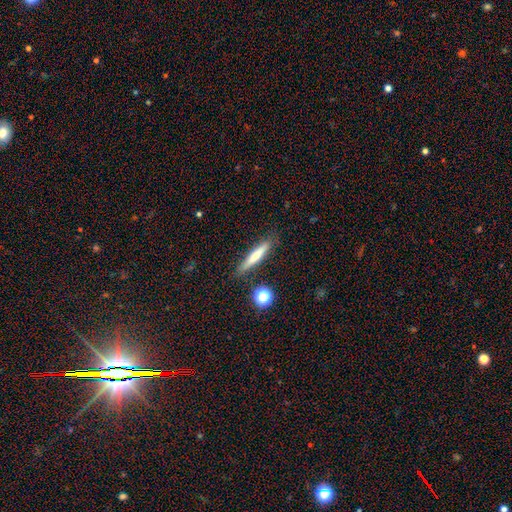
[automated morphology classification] A smooth galaxy with no disk features (64%) that is cigar-shaped (92%). Merging: none (85%).